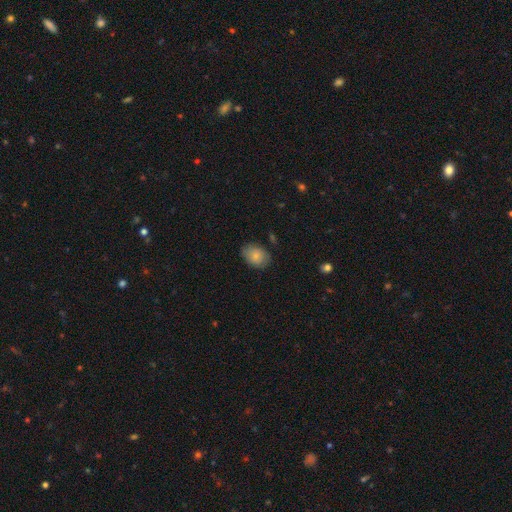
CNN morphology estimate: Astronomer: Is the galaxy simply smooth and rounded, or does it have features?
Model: smooth — 81%.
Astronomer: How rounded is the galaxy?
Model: in between — 69%.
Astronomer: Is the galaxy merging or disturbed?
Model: none — 76%.